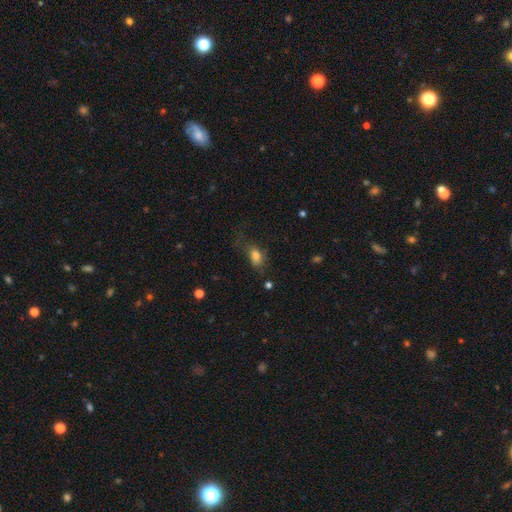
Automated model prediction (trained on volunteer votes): Smooth or featured? smooth (78%)
How rounded? in between (83%)
Merging? none (48%)